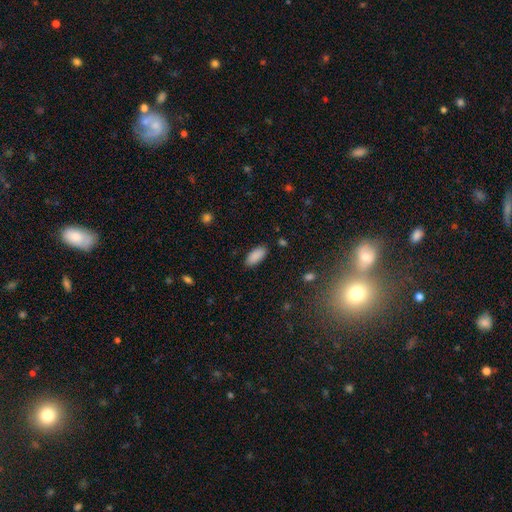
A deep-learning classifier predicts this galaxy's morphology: smooth 89%, star or artifact 7%, featured or disk 4%. Down the decision tree: how rounded — in between (87%); merging — none (88%).